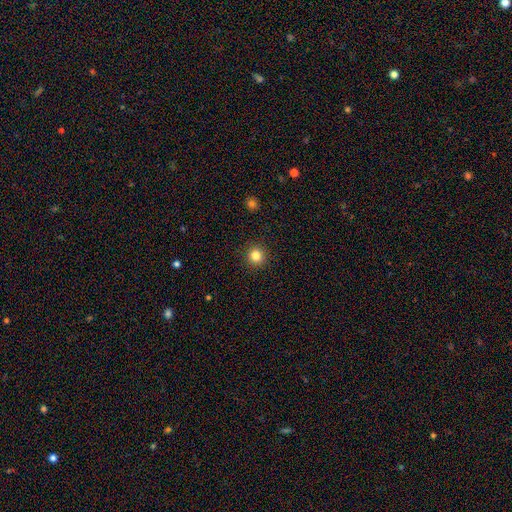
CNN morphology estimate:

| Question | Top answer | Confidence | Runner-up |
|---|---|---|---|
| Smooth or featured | smooth | 83% | star or artifact (12%) |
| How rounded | round | 95% | in between (4%) |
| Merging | none | 92% | minor disturbance (5%) |